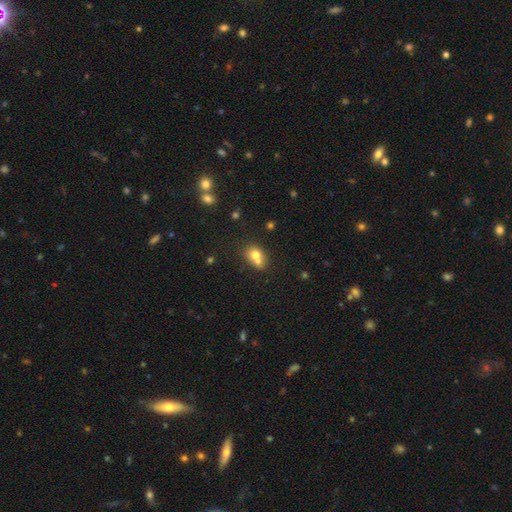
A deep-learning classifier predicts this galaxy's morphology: smooth_or_featured: smooth (p=0.71) [alt: featured or disk p=0.18]
how_rounded: in between (p=0.50) [alt: round p=0.49]
merging: merger (p=0.54) [alt: none p=0.32]